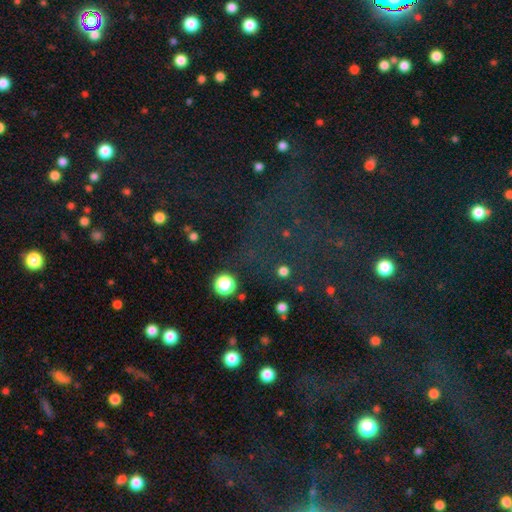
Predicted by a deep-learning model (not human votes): Smooth or featured?
  - star or artifact: 71% *
  - smooth: 18%
  - featured or disk: 10%